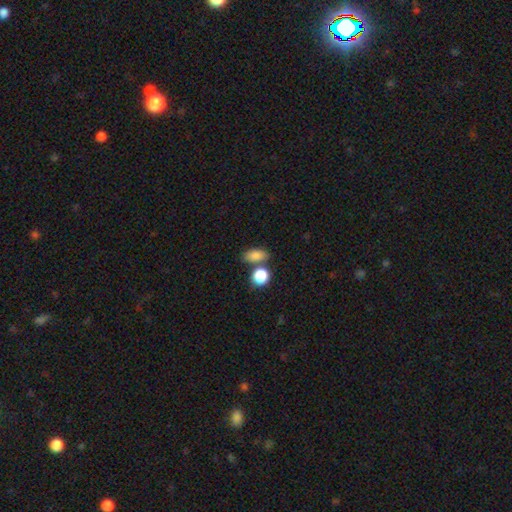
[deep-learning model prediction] Q: Smooth or featured?
A: smooth (84%); runner-up: star or artifact (10%)
Q: How rounded?
A: in between (79%); runner-up: round (17%)
Q: Merging?
A: none (61%); runner-up: merger (22%)